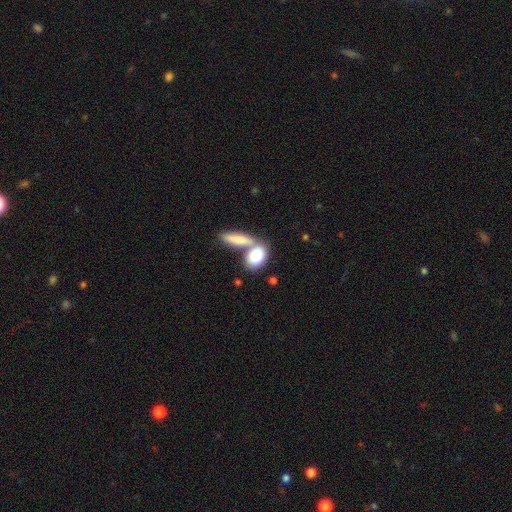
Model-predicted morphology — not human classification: This is clearly a smooth galaxy (82%). How rounded: clearly in between (83%). Merging: possibly merger (50%).